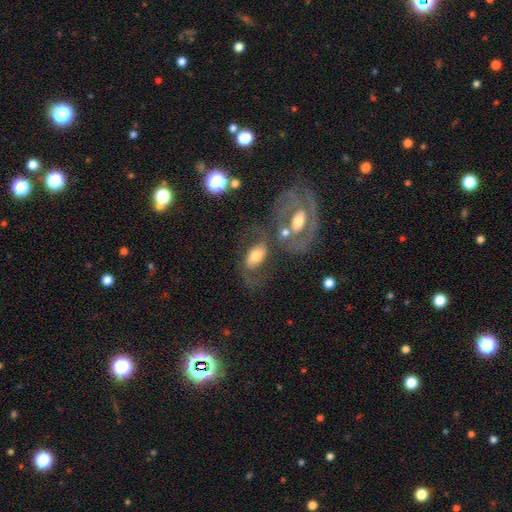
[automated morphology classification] A featured or disk galaxy (61%) with no bar (45%), spiral arms (79%) and a moderate central bulge (61%).

Vote fractions:
- Smooth or featured? featured or disk: 61% / smooth: 31% / star or artifact: 8%
- Edge-on disk? no: 94% / yes: 6%
- Bar? no: 45% / weak: 33% / strong: 21%
- Spiral arms? yes: 79% / no: 21%
- Bulge size? moderate: 61% / large: 21% / small: 14% / dominant: 3% / none: 2%
- Merging? none: 45% / merger: 23% / major disturbance: 16% / minor disturbance: 16%